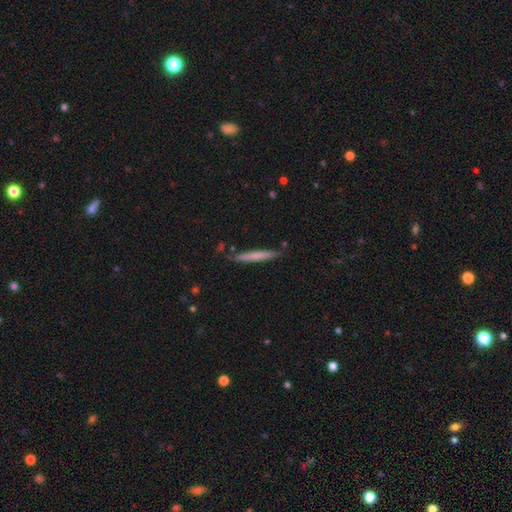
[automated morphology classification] smooth_or_featured: smooth (p=0.68) [alt: featured or disk p=0.26]
how_rounded: cigar-shaped (p=0.96) [alt: in between p=0.03]
merging: none (p=0.85) [alt: minor disturbance p=0.11]